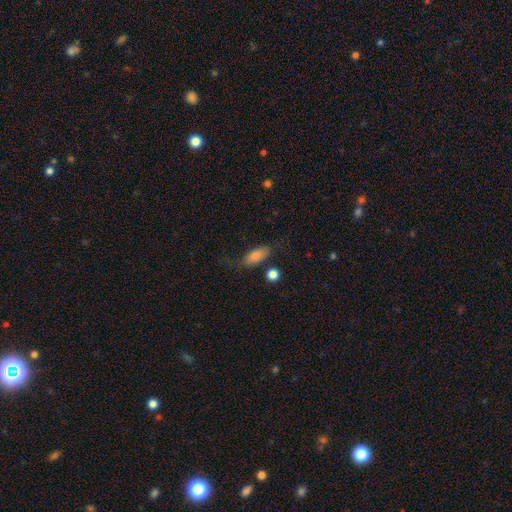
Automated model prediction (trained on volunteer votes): This appears to be a smooth galaxy with no disk features (82%) that is in between round and cigar-shaped (81%). Merging: none (63%).